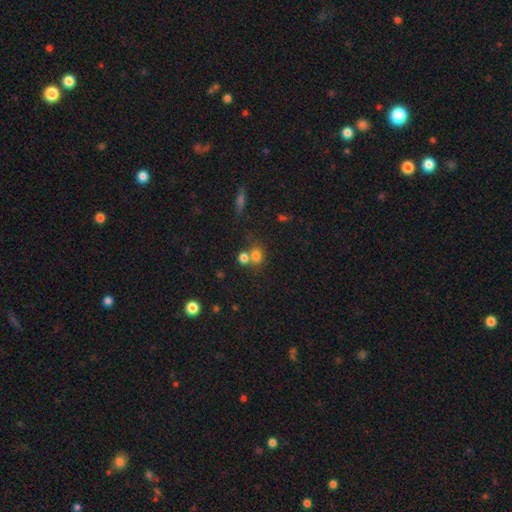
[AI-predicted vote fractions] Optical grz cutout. It shows a smooth galaxy with no disk features (75%) that is round (64%). Merging: none (46%).